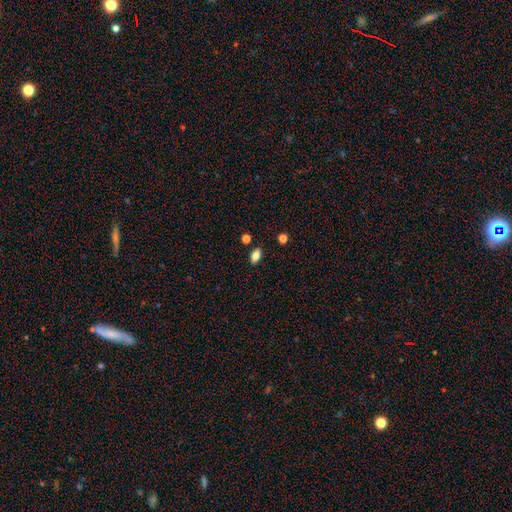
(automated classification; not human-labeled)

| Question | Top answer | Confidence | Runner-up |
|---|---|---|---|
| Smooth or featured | smooth | 81% | featured or disk (10%) |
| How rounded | in between | 88% | round (6%) |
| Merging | none | 86% | minor disturbance (9%) |